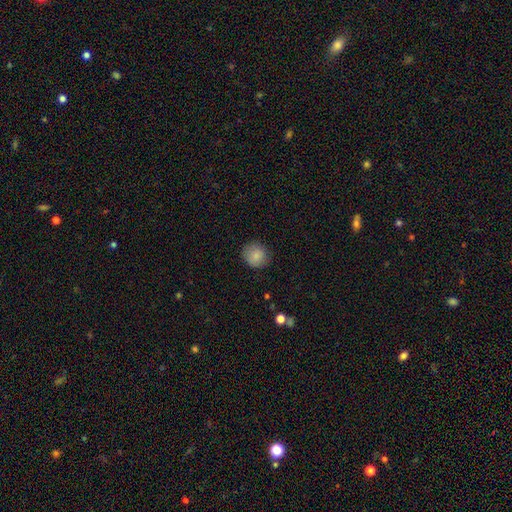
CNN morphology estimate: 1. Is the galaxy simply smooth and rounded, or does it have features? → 86% smooth, 8% star or artifact, 6% featured or disk.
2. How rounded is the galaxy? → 89% round, 10% in between, 1% cigar-shaped.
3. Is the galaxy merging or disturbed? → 85% none, 11% minor disturbance, 3% major disturbance, 1% merger.